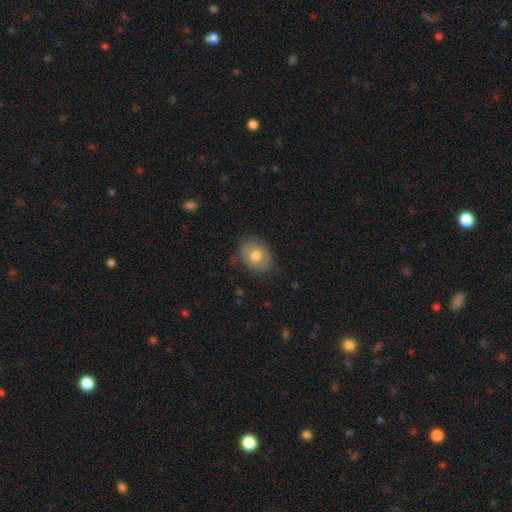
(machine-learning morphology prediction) The model was most divided on "how rounded": round: 50%, in between: 49%, cigar-shaped: 1%. More confident: merging — none (74%); smooth or featured — smooth (65%).